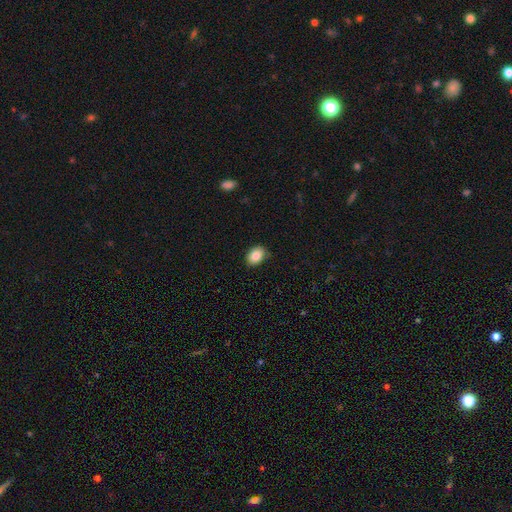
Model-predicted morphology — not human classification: This appears to be a smooth galaxy with no disk features (86%) that is in between round and cigar-shaped (75%). Merging: none (86%).